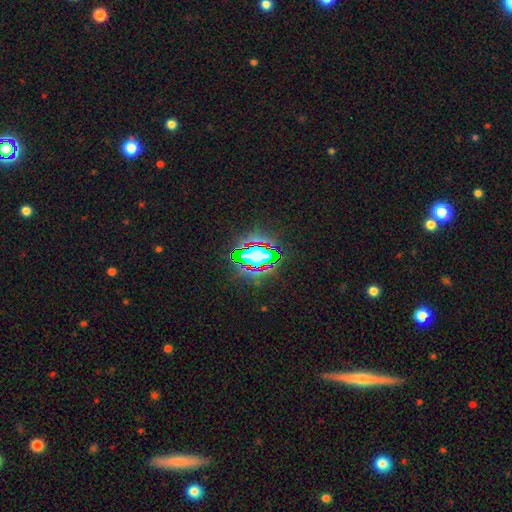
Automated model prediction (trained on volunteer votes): smooth-or-featured: star or artifact: 62% | smooth: 23% | featured or disk: 15%